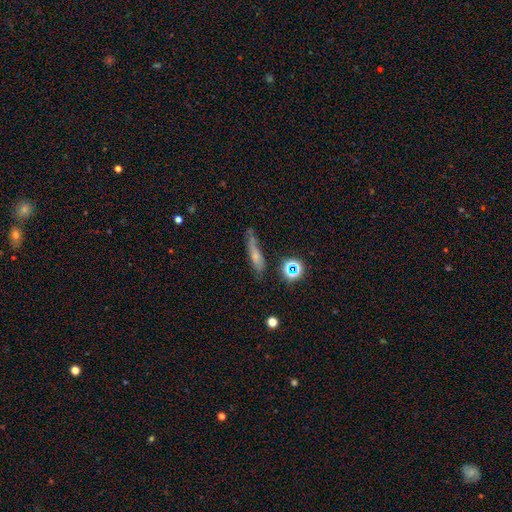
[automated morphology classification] Smooth or featured?
  - smooth: 53% *
  - featured or disk: 31%
  - star or artifact: 16%
How rounded?
  - cigar-shaped: 71% *
  - in between: 23%
  - round: 6%
Merging?
  - none: 57% *
  - minor disturbance: 27%
  - major disturbance: 10%
  - merger: 6%